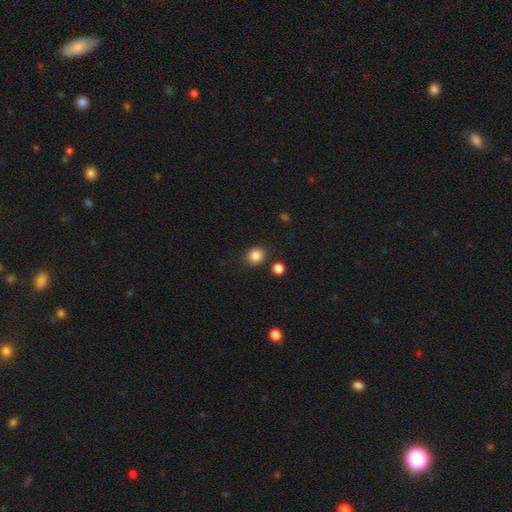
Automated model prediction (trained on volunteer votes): This appears to be a smooth galaxy with no disk features (86%) that is round (76%). Merging: none (84%).